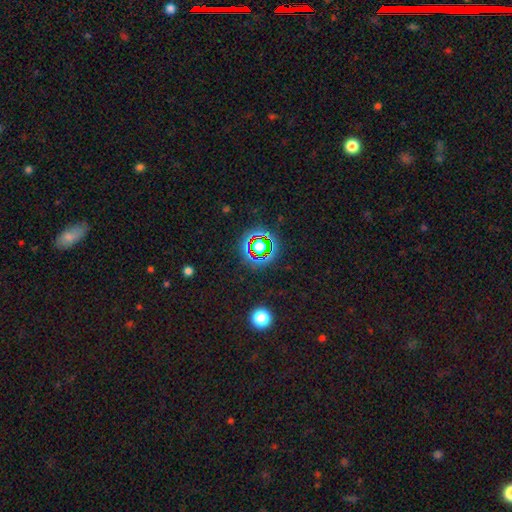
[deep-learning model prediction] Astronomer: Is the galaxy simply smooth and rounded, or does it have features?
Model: star or artifact — 64%.